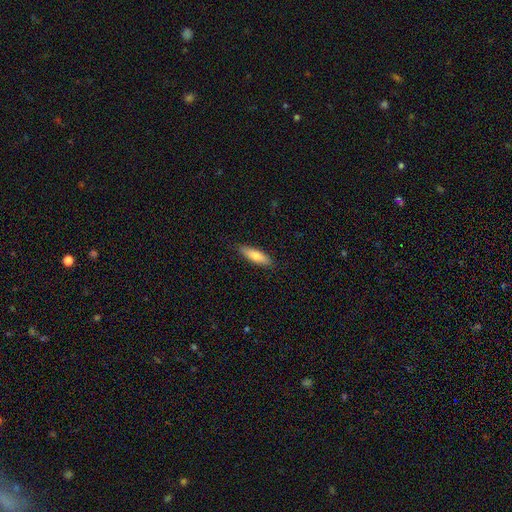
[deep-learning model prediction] A smooth galaxy with no disk features (72%) that is cigar-shaped (54%).

Vote fractions:
- Smooth or featured? smooth: 72% / featured or disk: 22% / star or artifact: 6%
- How rounded? cigar-shaped: 54% / in between: 44% / round: 2%
- Merging? none: 86% / minor disturbance: 11% / major disturbance: 2% / merger: 1%